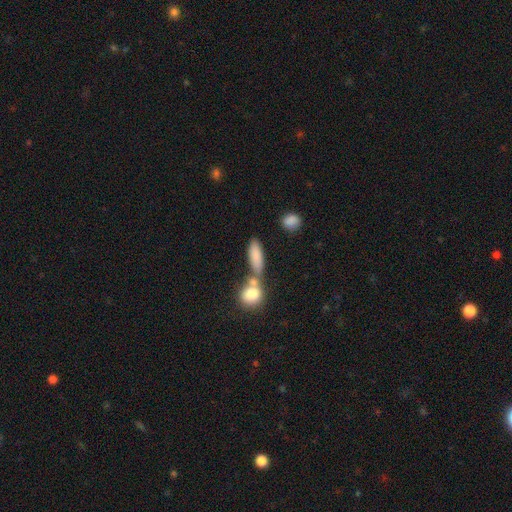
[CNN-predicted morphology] type=smooth (82%); roundness=in between (58%); merging=none (50%).